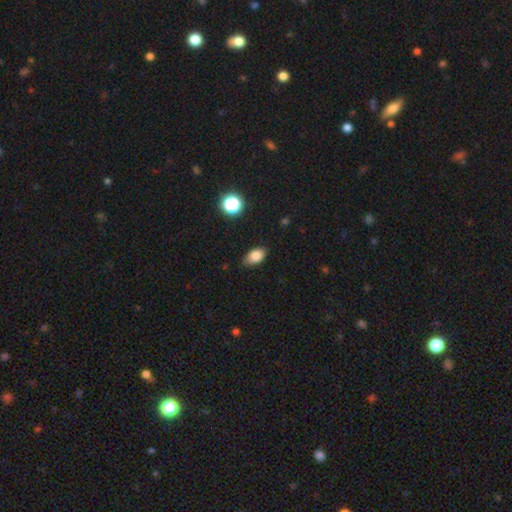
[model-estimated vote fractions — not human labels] This is clearly a smooth galaxy (84%). How rounded: clearly in between (88%). Merging: likely none (79%).